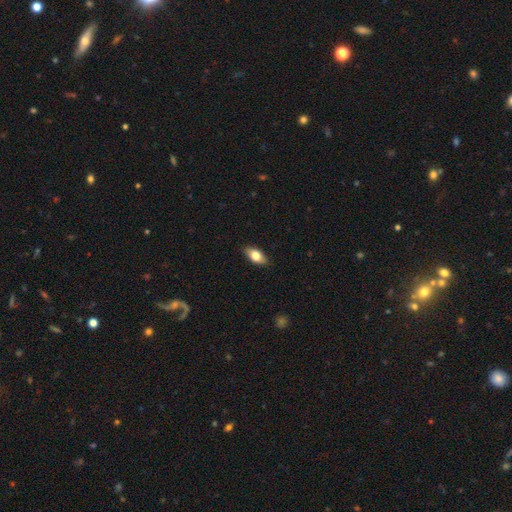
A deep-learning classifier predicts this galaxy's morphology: Smooth or featured? smooth (77%)
How rounded? in between (89%)
Merging? none (86%)